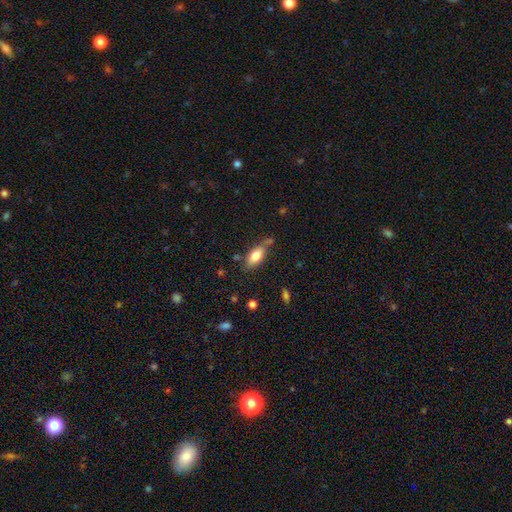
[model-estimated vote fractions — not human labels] Q: Smooth or featured?
A: smooth (76%); runner-up: featured or disk (16%)
Q: How rounded?
A: in between (85%); runner-up: cigar-shaped (12%)
Q: Merging?
A: none (67%); runner-up: minor disturbance (19%)